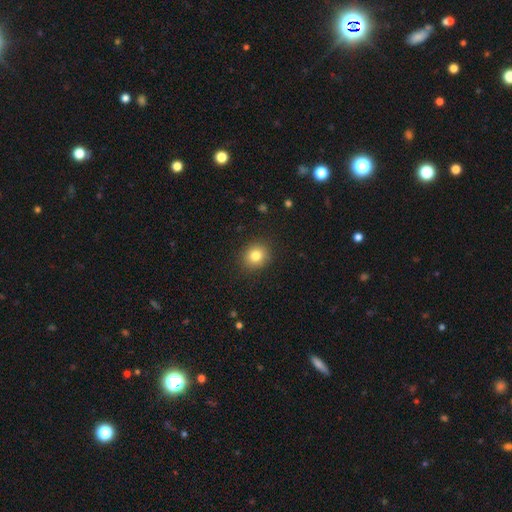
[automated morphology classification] Smooth or featured: smooth — 82% (star or artifact — 11%)
How rounded: round — 79% (in between — 20%)
Merging: none — 89% (minor disturbance — 7%)